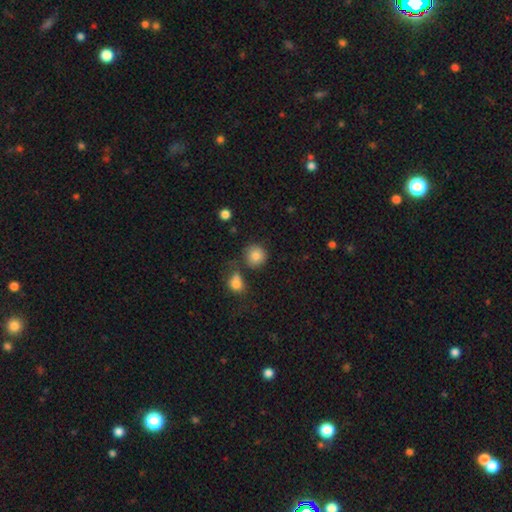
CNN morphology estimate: Smooth or featured: smooth — 83% (star or artifact — 10%)
How rounded: round — 89% (in between — 10%)
Merging: none — 70% (merger — 14%)